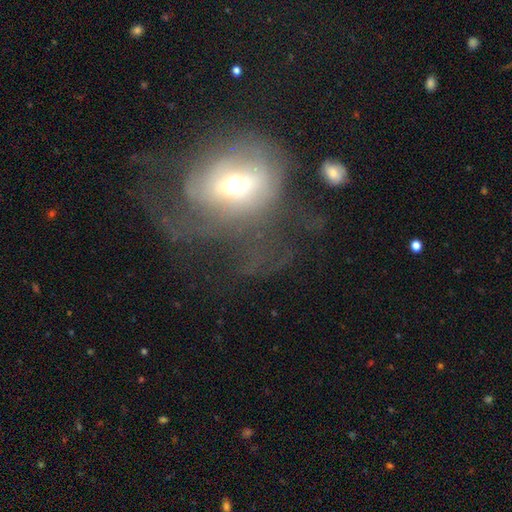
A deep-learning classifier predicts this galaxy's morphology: This appears to be a featured or disk galaxy (58%) with no bar (51%), spiral arms (51%) and a moderate central bulge (61%). Merging: major disturbance (48%).